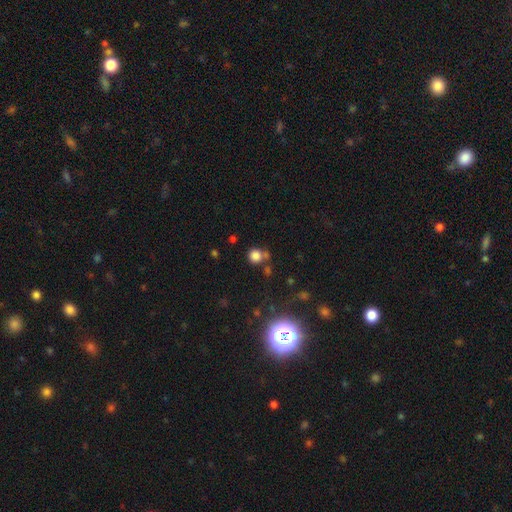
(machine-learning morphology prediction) This is likely a smooth galaxy (79%). How rounded: clearly round (88%). Merging: likely none (64%).